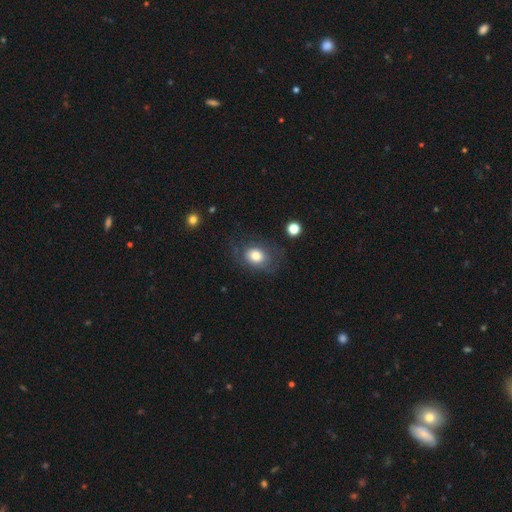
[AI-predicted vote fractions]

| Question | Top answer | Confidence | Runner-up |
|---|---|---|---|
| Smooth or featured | smooth | 67% | featured or disk (24%) |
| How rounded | in between | 62% | round (37%) |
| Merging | none | 62% | minor disturbance (21%) |